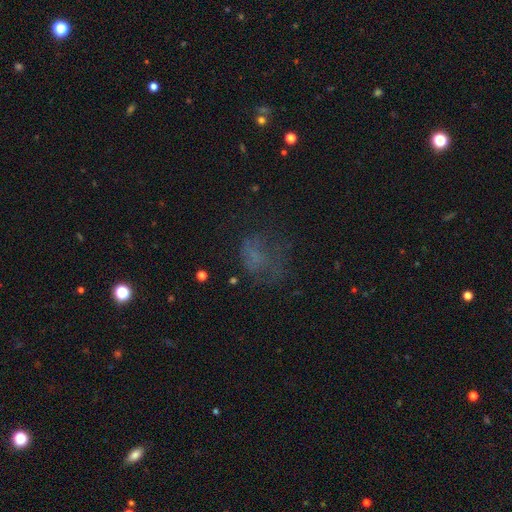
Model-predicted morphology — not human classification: Smooth or featured: smooth — 44% (featured or disk — 28%)
Merging: none — 44% (major disturbance — 33%)